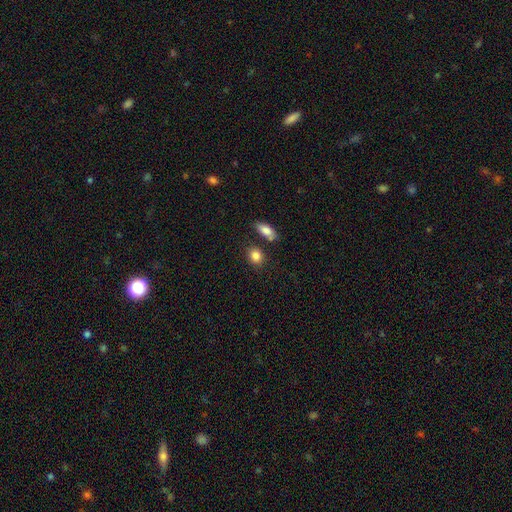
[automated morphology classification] This appears to be a smooth galaxy with no disk features (85%) that is round (56%). Merging: none (74%).